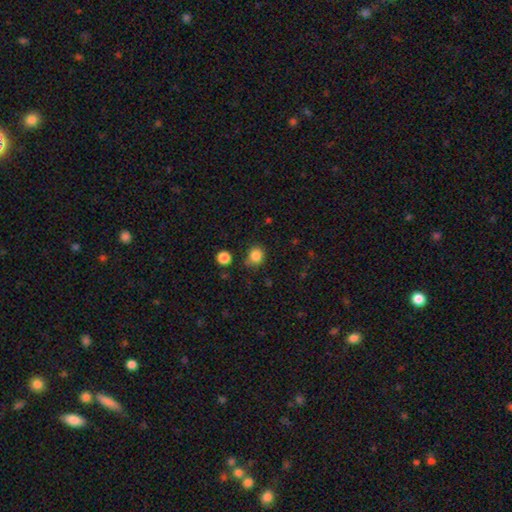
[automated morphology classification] Smooth or featured? smooth (84%)
How rounded? round (81%)
Merging? none (75%)